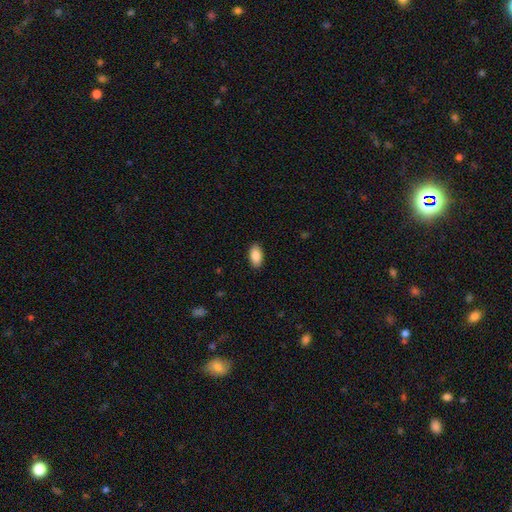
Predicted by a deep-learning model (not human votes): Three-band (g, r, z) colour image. It shows a smooth galaxy with no disk features (88%) that is in between round and cigar-shaped (93%). Merging: none (89%).